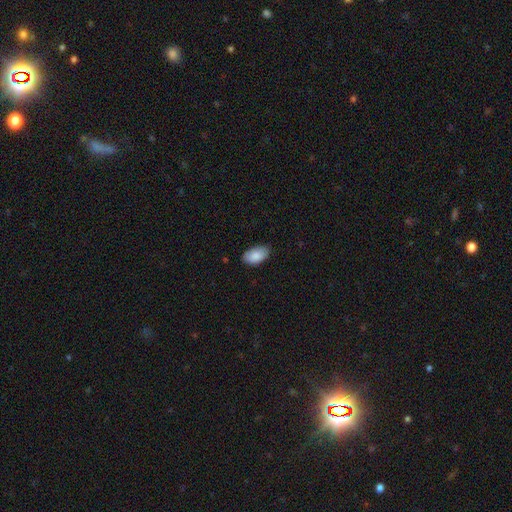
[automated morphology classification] A smooth galaxy with no disk features (87%) that is in between round and cigar-shaped (95%). Merging: none (77%).